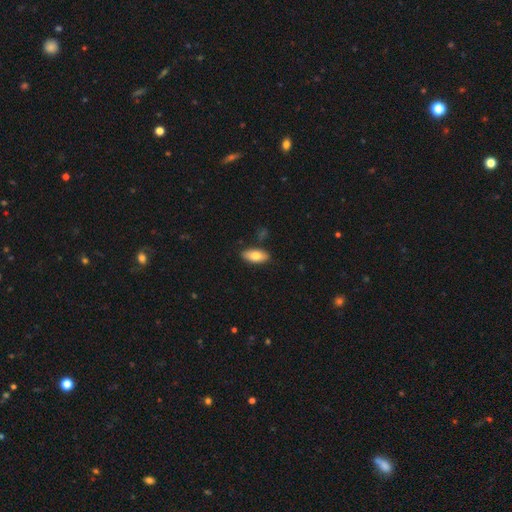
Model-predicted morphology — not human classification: Smooth or featured?
  - smooth: 78% *
  - featured or disk: 16%
  - star or artifact: 6%
How rounded?
  - in between: 87% *
  - cigar-shaped: 10%
  - round: 3%
Merging?
  - none: 86% *
  - minor disturbance: 10%
  - merger: 2%
  - major disturbance: 2%